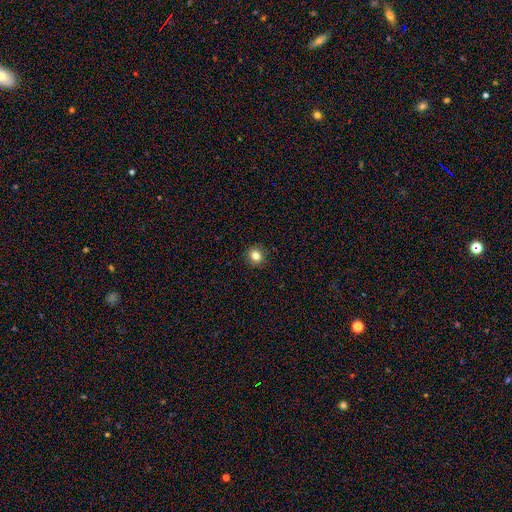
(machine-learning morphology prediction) Overall: smooth (82%). How rounded: round (87%). Merging: none (92%).